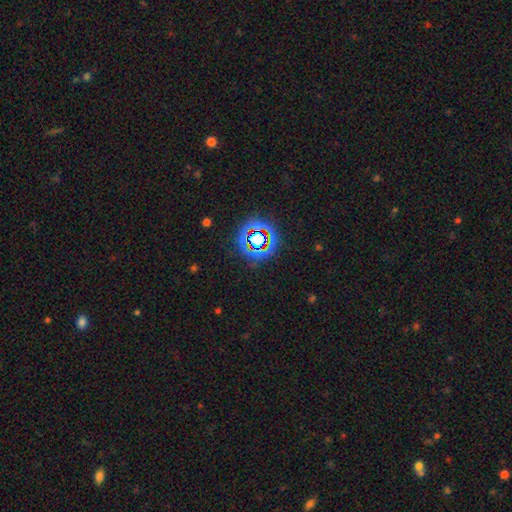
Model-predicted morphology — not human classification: A star or artifact, not a galaxy (53%).

Vote fractions:
- Smooth or featured? star or artifact: 53% / smooth: 30% / featured or disk: 16%